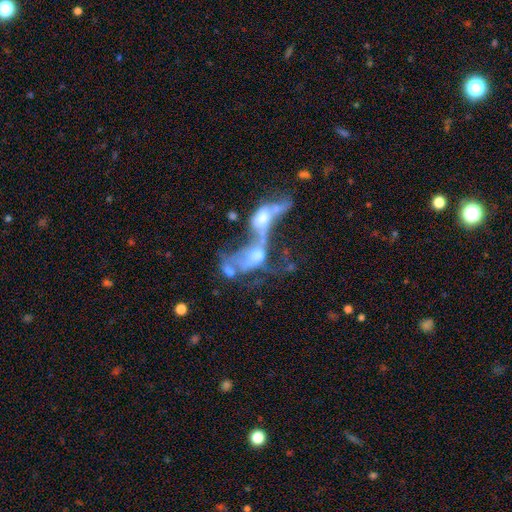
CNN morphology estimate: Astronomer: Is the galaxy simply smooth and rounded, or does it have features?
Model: featured or disk — 55% (runner-up: smooth, 32%).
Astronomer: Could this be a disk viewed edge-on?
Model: no — 94%.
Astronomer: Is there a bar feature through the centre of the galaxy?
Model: no — 81%.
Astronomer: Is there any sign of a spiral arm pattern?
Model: no — 77%.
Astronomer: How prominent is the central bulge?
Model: moderate — 35% (runner-up: none, 24%).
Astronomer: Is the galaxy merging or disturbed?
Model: merger — 74%.